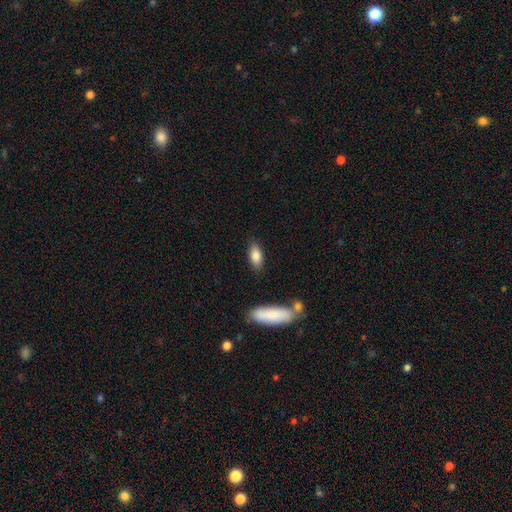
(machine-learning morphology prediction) Smooth or featured?
  - smooth: 83% *
  - featured or disk: 10%
  - star or artifact: 7%
How rounded?
  - in between: 82% *
  - cigar-shaped: 15%
  - round: 3%
Merging?
  - none: 82% *
  - minor disturbance: 12%
  - merger: 4%
  - major disturbance: 3%